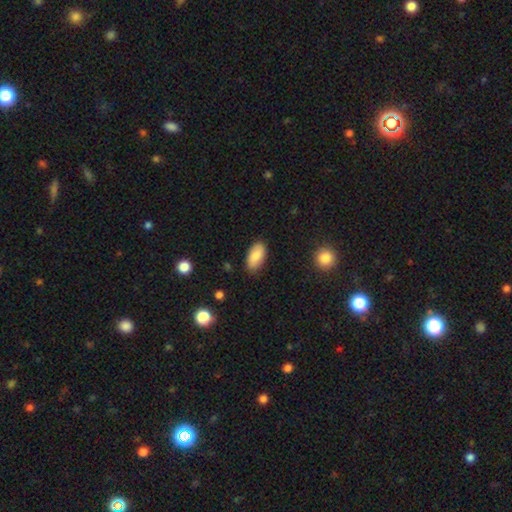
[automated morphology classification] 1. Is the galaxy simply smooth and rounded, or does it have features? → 85% smooth, 8% featured or disk, 7% star or artifact.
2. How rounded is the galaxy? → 93% in between, 4% cigar-shaped, 3% round.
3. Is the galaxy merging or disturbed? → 85% none, 11% minor disturbance, 2% major disturbance, 1% merger.